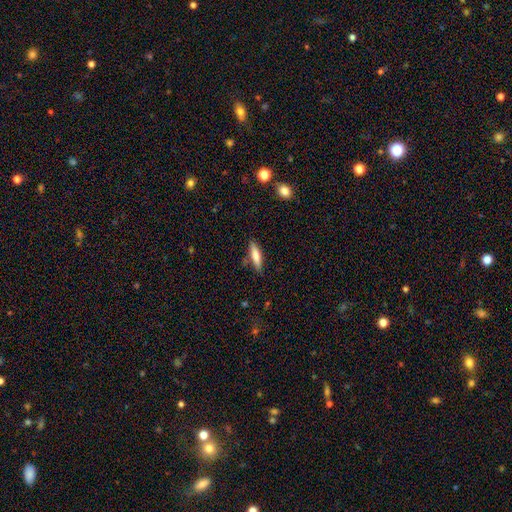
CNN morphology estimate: This appears to be a smooth galaxy with no disk features (69%) that is cigar-shaped (73%). Merging: none (80%).